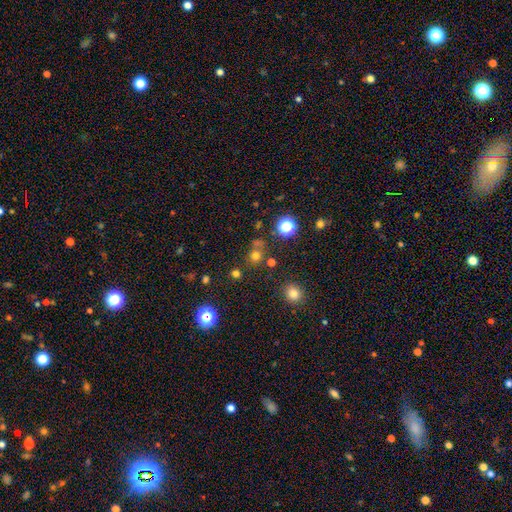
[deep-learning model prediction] This is likely a smooth galaxy (65%). How rounded: clearly round (88%). Merging: likely none (70%).